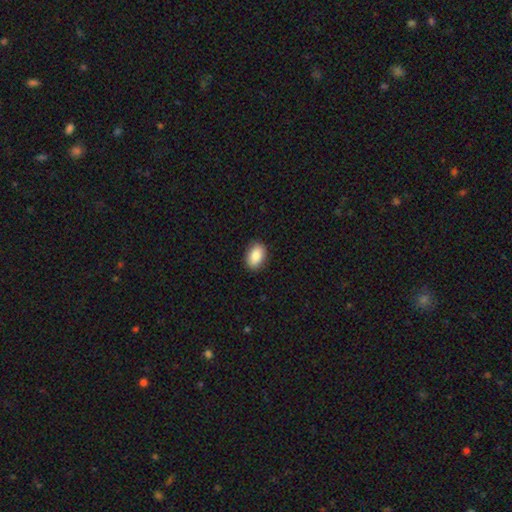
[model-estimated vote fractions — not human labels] This appears to be a smooth galaxy with no disk features (87%) that is in between round and cigar-shaped (85%). Merging: none (89%).